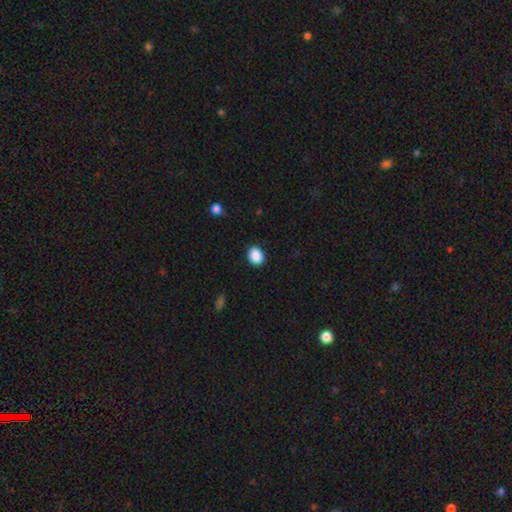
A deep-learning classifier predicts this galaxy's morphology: Smooth or featured?
  - smooth: 89% *
  - star or artifact: 8%
  - featured or disk: 3%
How rounded?
  - in between: 50% *
  - round: 49%
  - cigar-shaped: 1%
Merging?
  - none: 90% *
  - minor disturbance: 7%
  - major disturbance: 2%
  - merger: 1%